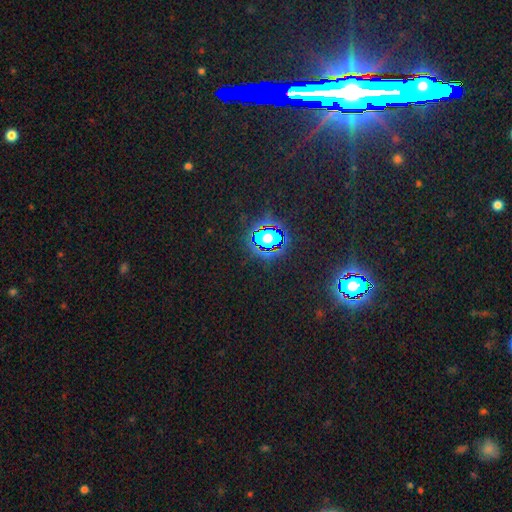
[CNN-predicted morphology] A star or artifact, not a galaxy (82%).

Vote fractions:
- Smooth or featured? star or artifact: 82% / featured or disk: 9% / smooth: 9%